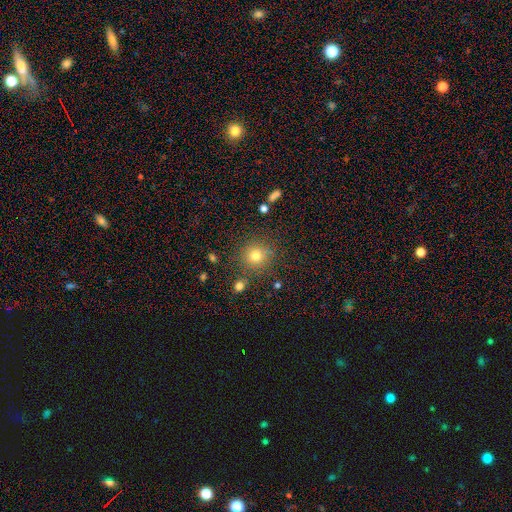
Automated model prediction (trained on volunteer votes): smooth-or-featured: smooth: 77% | star or artifact: 15% | featured or disk: 8%
  how-rounded: round: 92% | in between: 7% | cigar-shaped: 1%
  merging: none: 84% | minor disturbance: 9% | merger: 4% | major disturbance: 3%